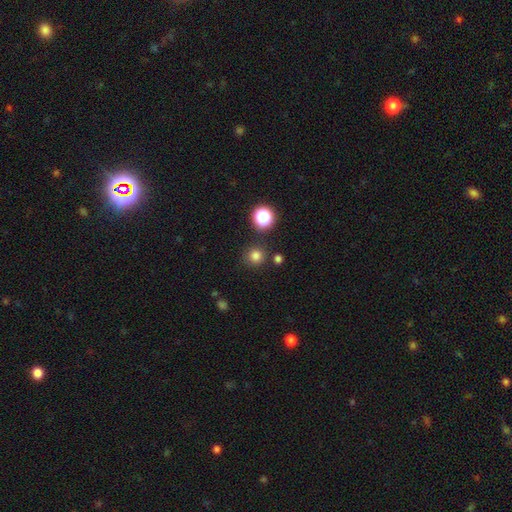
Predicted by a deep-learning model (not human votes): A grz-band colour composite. It shows a smooth galaxy with no disk features (78%) that is round (93%). Merging: none (85%).